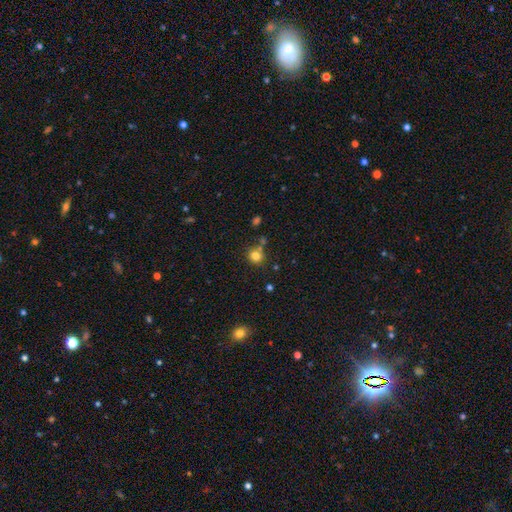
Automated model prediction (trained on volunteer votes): Smooth or featured? Predicted: smooth (p=0.80). How rounded? Predicted: round (p=0.89). Merging? Predicted: none (p=0.73).